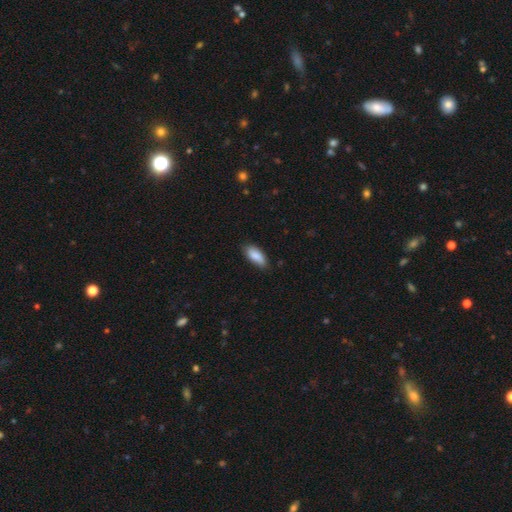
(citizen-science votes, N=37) Q: Smooth or featured?
A: smooth (84%); runner-up: featured or disk (8%)
Q: How rounded?
A: in between (71%); runner-up: cigar-shaped (29%)
Q: Merging?
A: none (88%); runner-up: minor disturbance (9%)